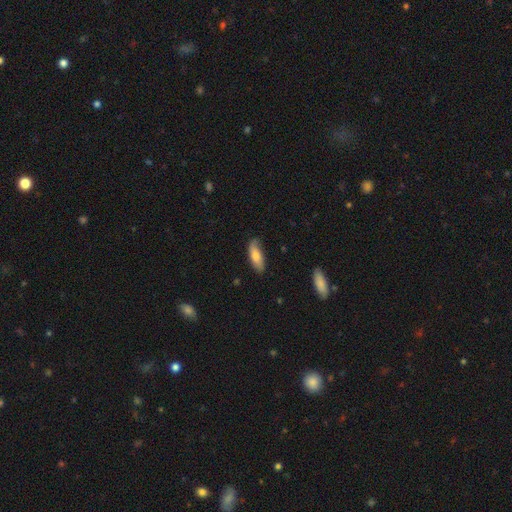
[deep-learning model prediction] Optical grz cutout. It shows a smooth galaxy with no disk features (71%) that is in between round and cigar-shaped (70%). Merging: none (71%).